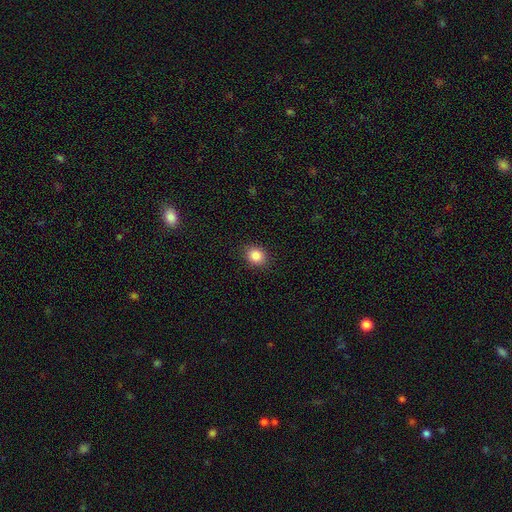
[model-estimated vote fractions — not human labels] smooth 86%, star or artifact 10%, featured or disk 4%. Down the decision tree: how rounded — round (65%); merging — none (89%).